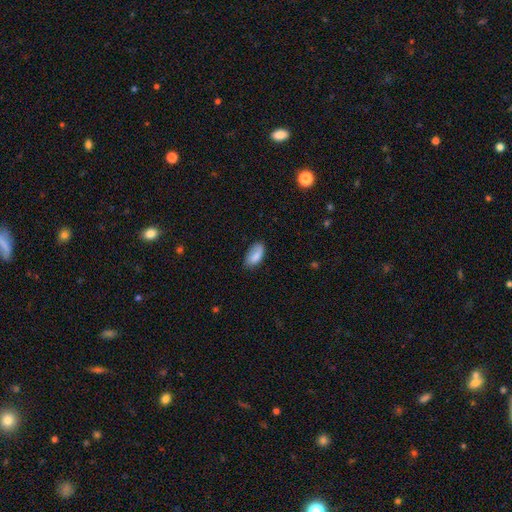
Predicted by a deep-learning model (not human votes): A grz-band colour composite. It shows a smooth galaxy with no disk features (83%) that is in between round and cigar-shaped (93%). Merging: none (71%).